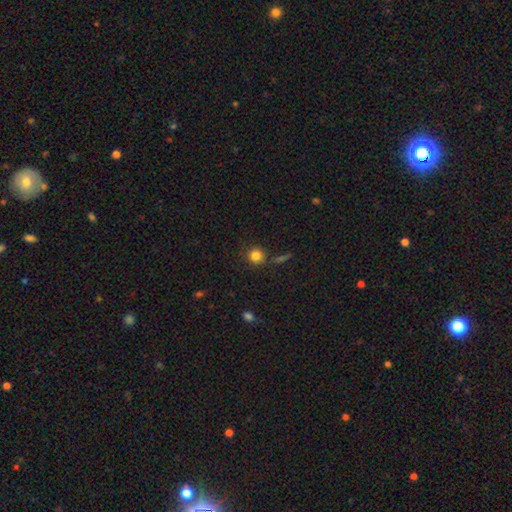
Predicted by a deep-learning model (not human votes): This is clearly a smooth galaxy (82%). How rounded: clearly round (91%). Merging: clearly none (82%).